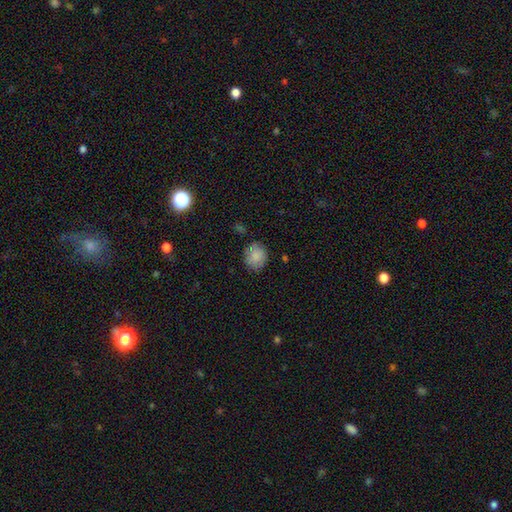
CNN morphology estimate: The model was most divided on "how rounded": round: 75%, in between: 24%, cigar-shaped: 1%. More confident: smooth or featured — smooth (84%); merging — none (78%).